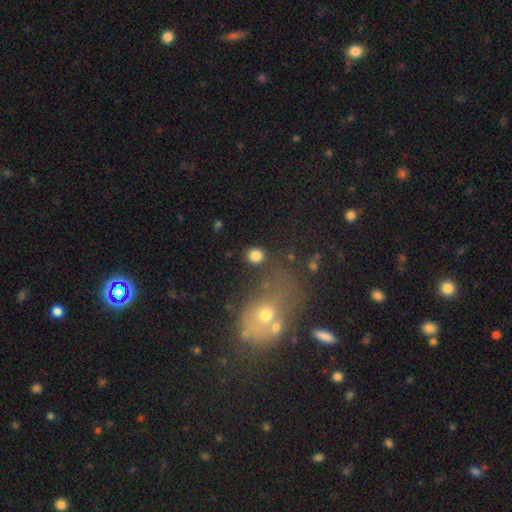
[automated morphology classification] A smooth galaxy with no disk features (83%) that is round (85%). Merging: none (85%).